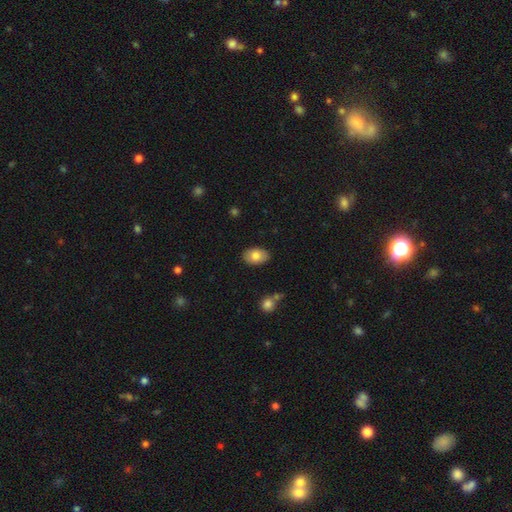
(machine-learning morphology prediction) smooth-or-featured: smooth: 79% | featured or disk: 14% | star or artifact: 7%
  how-rounded: in between: 89% | round: 10% | cigar-shaped: 1%
  merging: none: 86% | minor disturbance: 10% | major disturbance: 2% | merger: 1%